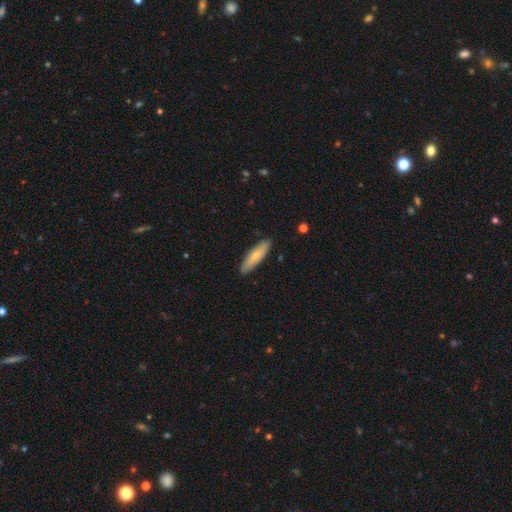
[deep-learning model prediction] A smooth galaxy with no disk features (70%) that is cigar-shaped (65%). Merging: none (88%).